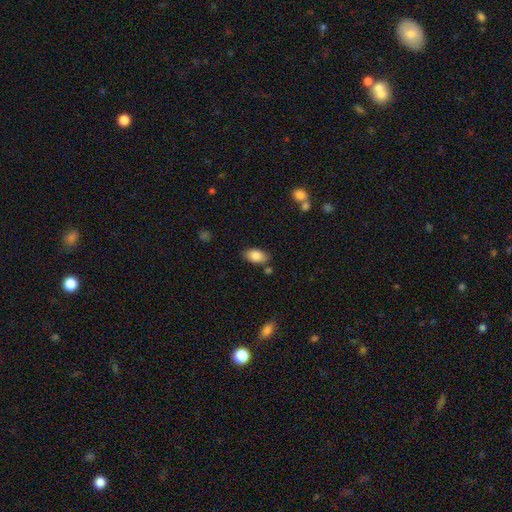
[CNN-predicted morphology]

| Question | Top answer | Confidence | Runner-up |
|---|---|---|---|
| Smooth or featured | smooth | 85% | featured or disk (8%) |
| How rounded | in between | 92% | round (6%) |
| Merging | none | 79% | minor disturbance (13%) |